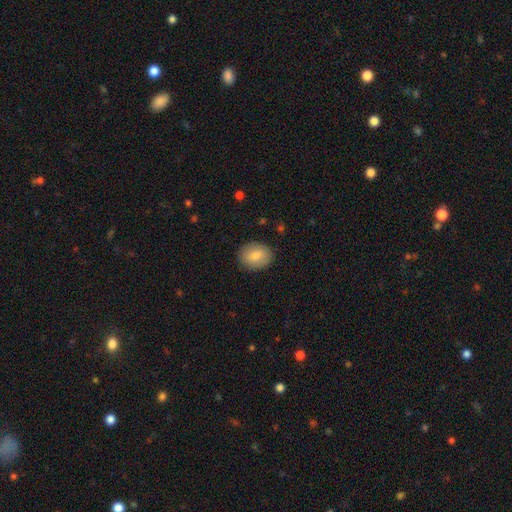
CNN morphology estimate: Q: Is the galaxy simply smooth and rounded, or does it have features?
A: smooth — 82%.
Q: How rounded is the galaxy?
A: in between — 60%.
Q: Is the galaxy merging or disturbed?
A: none — 87%.